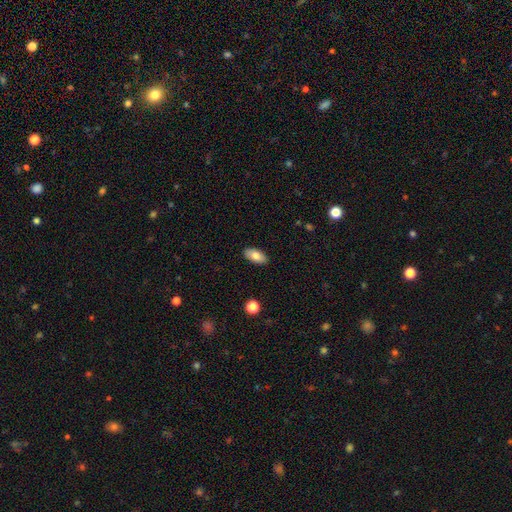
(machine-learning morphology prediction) This is likely a smooth galaxy (79%). How rounded: clearly in between (91%). Merging: clearly none (89%).